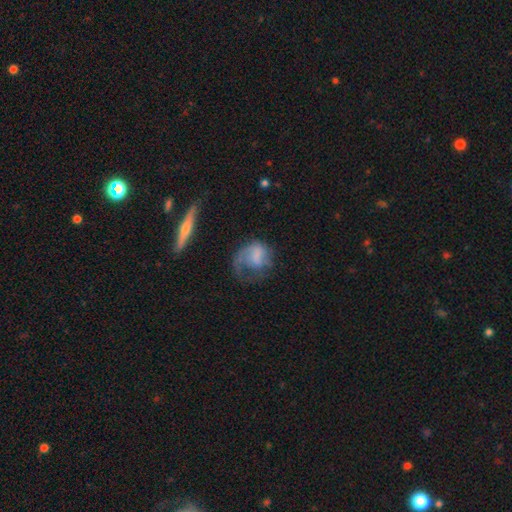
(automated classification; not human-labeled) Smooth or featured?
  - smooth: 47% *
  - featured or disk: 44%
  - star or artifact: 9%
Merging?
  - major disturbance: 49% *
  - none: 27%
  - minor disturbance: 20%
  - merger: 4%